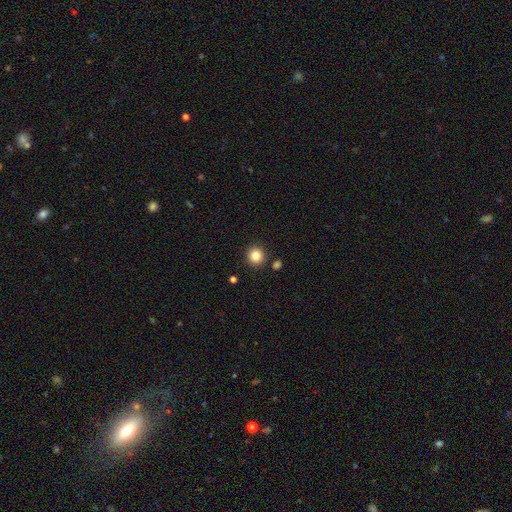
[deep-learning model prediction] smooth-or-featured: smooth: 84% | star or artifact: 11% | featured or disk: 5%
  how-rounded: round: 93% | in between: 6% | cigar-shaped: 1%
  merging: none: 89% | minor disturbance: 6% | merger: 3% | major disturbance: 2%